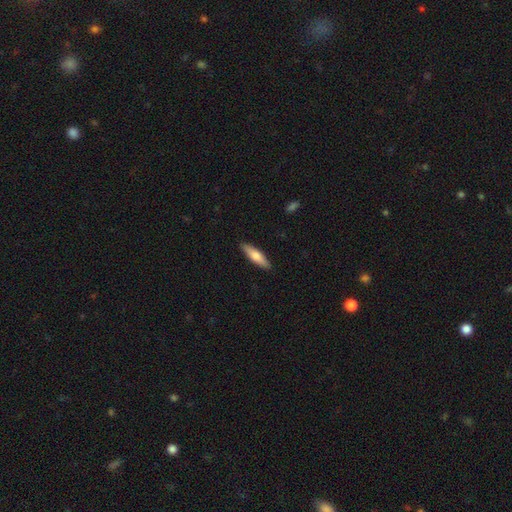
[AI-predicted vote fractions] Smooth or featured? smooth (66%)
How rounded? cigar-shaped (70%)
Merging? none (90%)